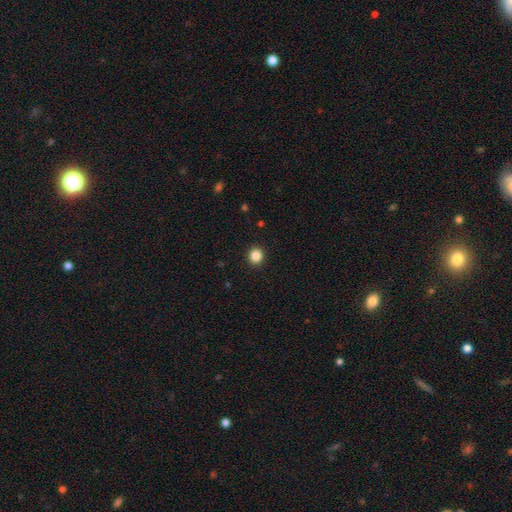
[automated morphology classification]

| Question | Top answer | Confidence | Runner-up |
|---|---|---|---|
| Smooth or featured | smooth | 85% | star or artifact (11%) |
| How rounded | round | 89% | in between (10%) |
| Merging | none | 93% | minor disturbance (5%) |